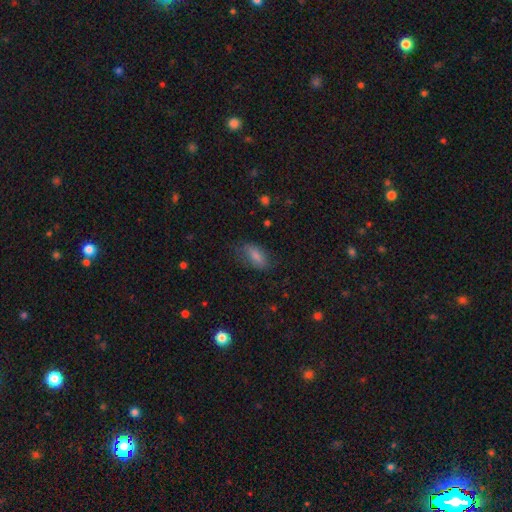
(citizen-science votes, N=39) This appears to be a smooth galaxy with no disk features (67%) that is in between round and cigar-shaped (81%). Merging: none (72%).